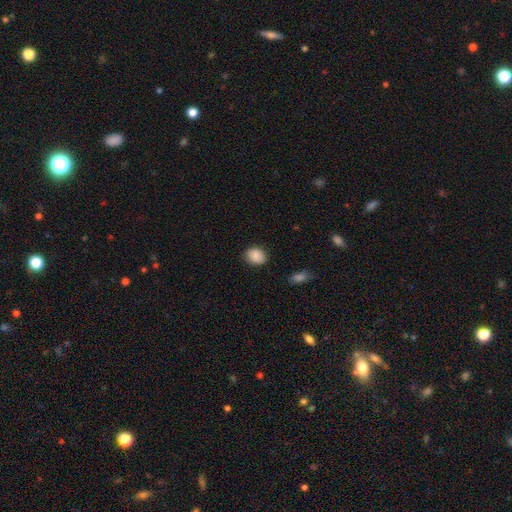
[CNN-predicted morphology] Overall: smooth (89%). How rounded: in between (51%; round 48%). Merging: none (85%).